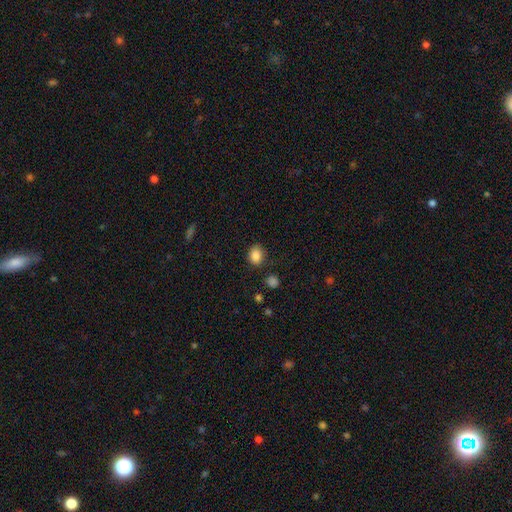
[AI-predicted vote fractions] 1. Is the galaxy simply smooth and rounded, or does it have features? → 86% smooth, 10% star or artifact, 4% featured or disk.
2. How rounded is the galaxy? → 56% in between, 43% round, 1% cigar-shaped.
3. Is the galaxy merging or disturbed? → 79% none, 14% minor disturbance, 4% major disturbance, 3% merger.